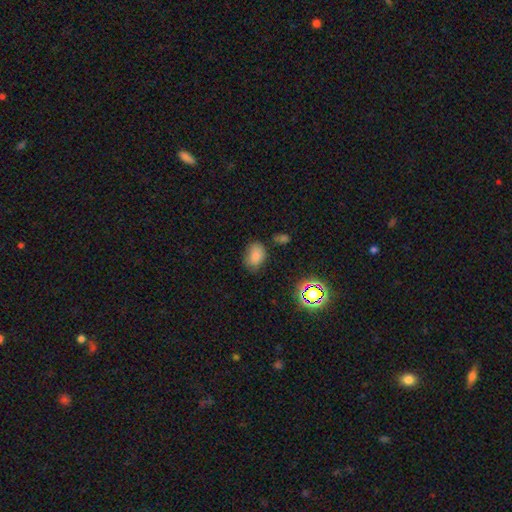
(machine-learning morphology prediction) smooth-or-featured: smooth: 79% | star or artifact: 14% | featured or disk: 8%
  how-rounded: in between: 76% | round: 23% | cigar-shaped: 1%
  merging: none: 64% | minor disturbance: 26% | major disturbance: 7% | merger: 4%